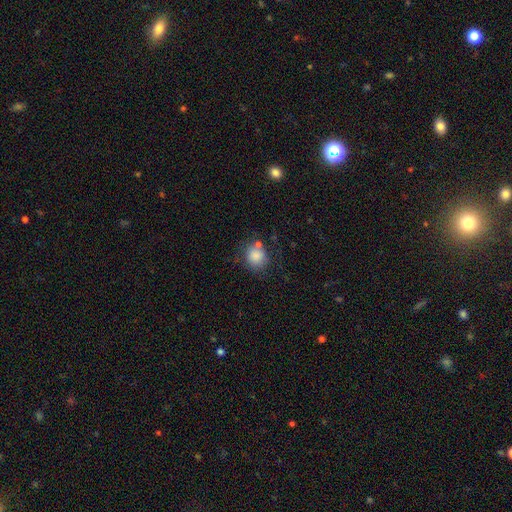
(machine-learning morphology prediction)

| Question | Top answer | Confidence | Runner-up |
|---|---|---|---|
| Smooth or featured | smooth | 83% | star or artifact (9%) |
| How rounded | round | 81% | in between (18%) |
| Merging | none | 64% | minor disturbance (18%) |